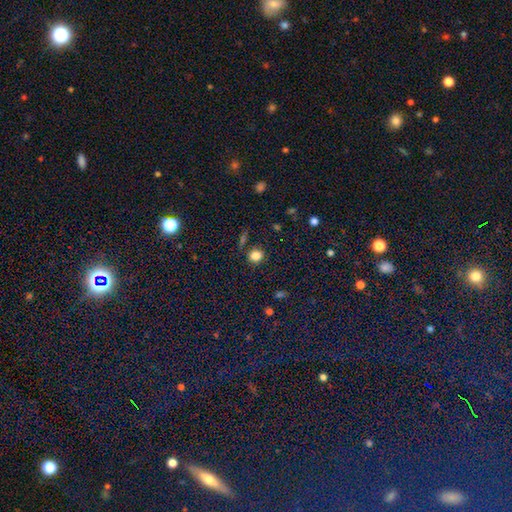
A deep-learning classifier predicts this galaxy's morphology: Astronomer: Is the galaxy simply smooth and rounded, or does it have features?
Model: smooth — 82%.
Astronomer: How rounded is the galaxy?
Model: round — 69%.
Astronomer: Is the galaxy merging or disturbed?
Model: none — 83%.